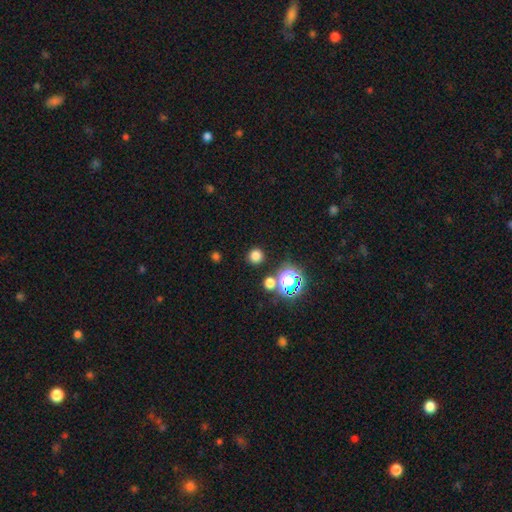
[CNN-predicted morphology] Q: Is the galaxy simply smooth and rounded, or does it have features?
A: smooth — 73%.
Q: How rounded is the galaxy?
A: round — 93%.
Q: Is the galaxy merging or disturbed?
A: none — 86%.